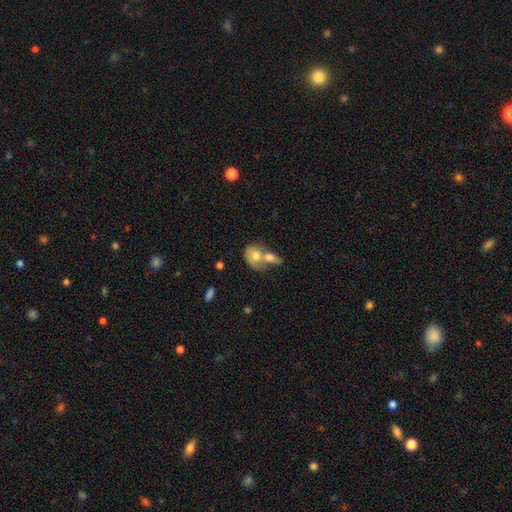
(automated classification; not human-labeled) Morphology: type=smooth (69%); roundness=in between (56%); merging=merger (73%).